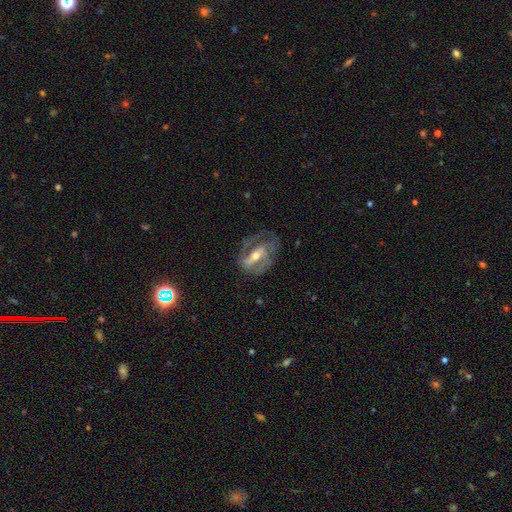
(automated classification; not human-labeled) Smooth or featured? Predicted: featured or disk (p=0.77). Edge-on disk? Predicted: no (p=0.91). Bar? Predicted: strong (p=0.48). Spiral arms? Predicted: yes (p=0.74). Spiral winding? Predicted: medium (p=0.41). Spiral arm count? Predicted: 2 (p=0.58). Bulge size? Predicted: moderate (p=0.62). Merging? Predicted: none (p=0.54).